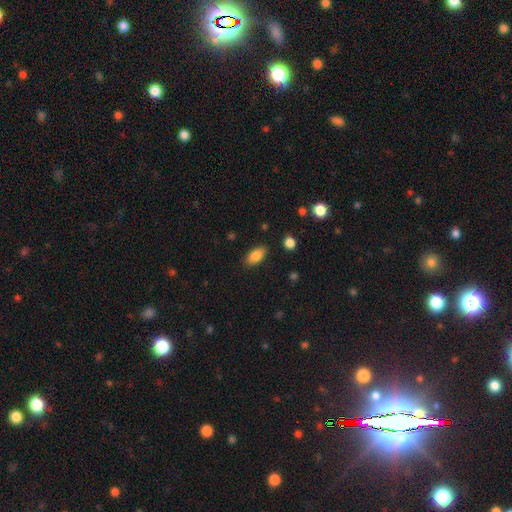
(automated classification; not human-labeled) Smooth or featured: smooth — 85% (star or artifact — 8%)
How rounded: in between — 90% (cigar-shaped — 6%)
Merging: none — 85% (minor disturbance — 11%)